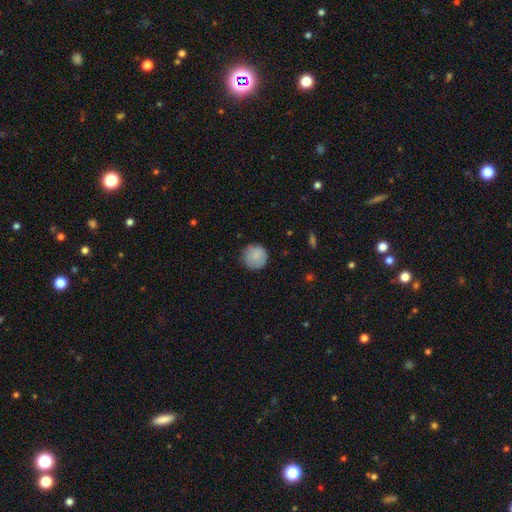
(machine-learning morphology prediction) A smooth galaxy with no disk features (84%) that is round (94%). Merging: none (82%).